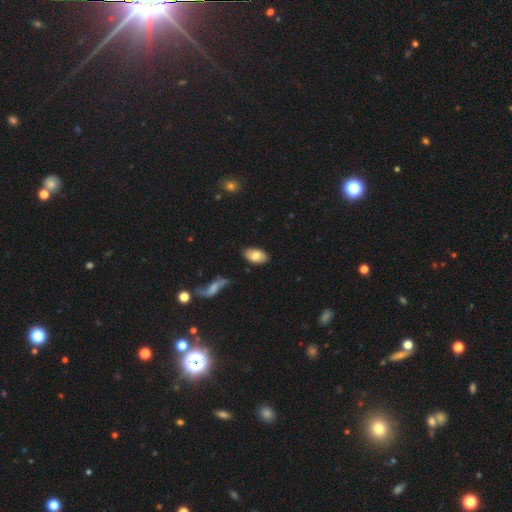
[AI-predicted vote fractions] This appears to be a smooth galaxy with no disk features (74%) that is in between round and cigar-shaped (94%). Merging: none (84%).